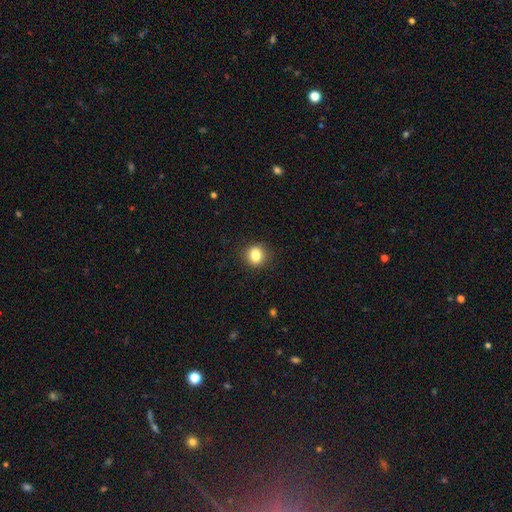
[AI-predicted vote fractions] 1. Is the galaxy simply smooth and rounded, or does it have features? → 82% smooth, 10% star or artifact, 7% featured or disk.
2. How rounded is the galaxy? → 70% round, 29% in between, 1% cigar-shaped.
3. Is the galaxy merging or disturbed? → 87% none, 9% minor disturbance, 3% major disturbance, 1% merger.